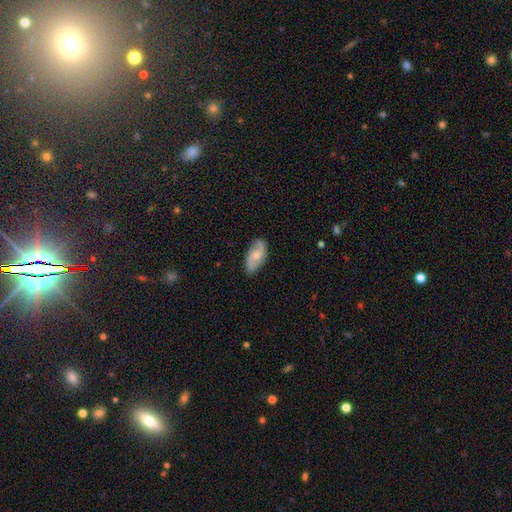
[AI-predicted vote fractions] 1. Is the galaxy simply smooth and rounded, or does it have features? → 57% featured or disk, 37% smooth, 6% star or artifact.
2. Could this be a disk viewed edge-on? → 94% no, 6% yes.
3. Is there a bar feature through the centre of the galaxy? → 57% no, 37% weak, 6% strong.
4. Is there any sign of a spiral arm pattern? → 91% yes, 9% no.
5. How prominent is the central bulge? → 41% moderate, 38% small, 14% none, 6% large, 1% dominant.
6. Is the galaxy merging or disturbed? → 80% none, 15% minor disturbance, 4% major disturbance, 1% merger.